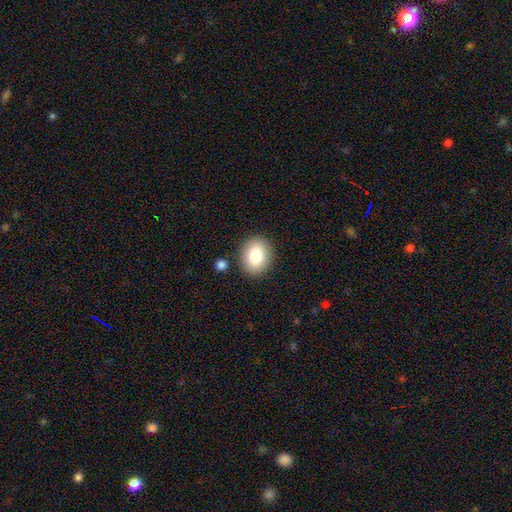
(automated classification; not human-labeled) Smooth or featured?
  - smooth: 85% *
  - star or artifact: 8%
  - featured or disk: 7%
How rounded?
  - in between: 59% *
  - round: 40%
  - cigar-shaped: 1%
Merging?
  - none: 86% *
  - minor disturbance: 9%
  - merger: 3%
  - major disturbance: 3%